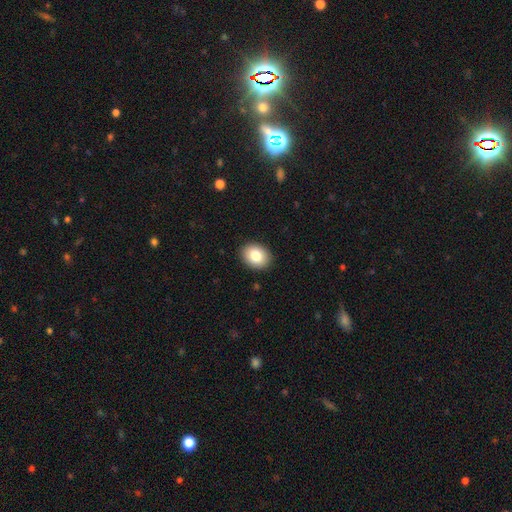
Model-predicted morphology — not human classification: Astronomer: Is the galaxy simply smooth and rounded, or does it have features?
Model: smooth — 83%.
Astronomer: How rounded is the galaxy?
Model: in between — 65%.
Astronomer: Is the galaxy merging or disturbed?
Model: none — 91%.